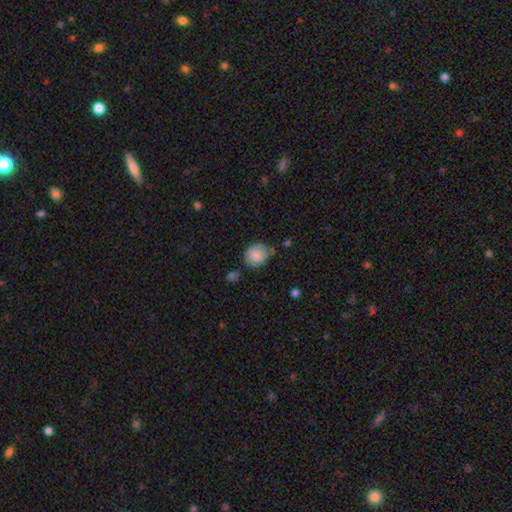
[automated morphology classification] smooth_or_featured: smooth (p=0.86) [alt: star or artifact p=0.08]
how_rounded: round (p=0.79) [alt: in between p=0.20]
merging: none (p=0.72) [alt: minor disturbance p=0.18]